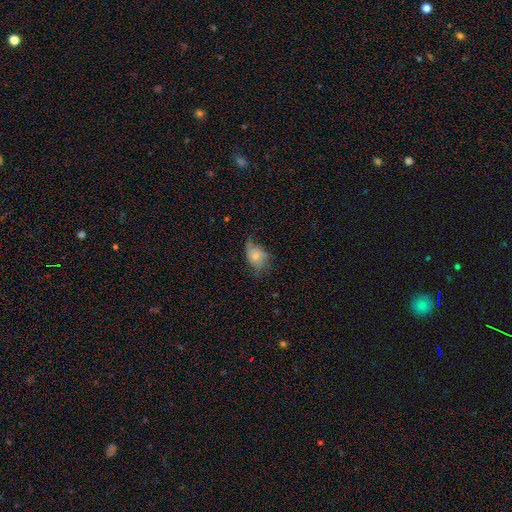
This appears to be a smooth galaxy with no disk features (55%) that is in between round and cigar-shaped (77%). Merging: minor disturbance (38%).